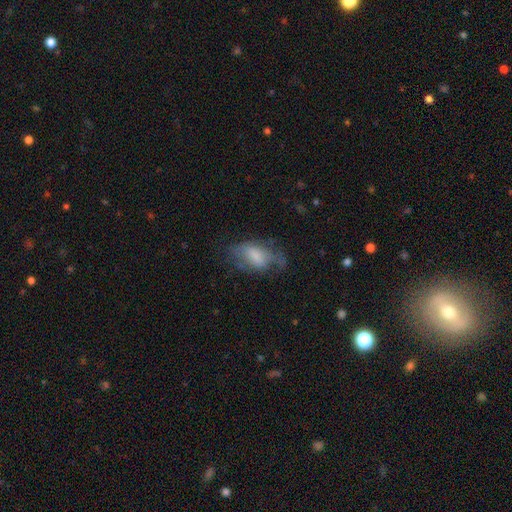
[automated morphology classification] smooth-or-featured: smooth: 55% | featured or disk: 37% | star or artifact: 8%
  how-rounded: in between: 91% | round: 6% | cigar-shaped: 4%
  merging: none: 38% | major disturbance: 30% | minor disturbance: 29% | merger: 2%